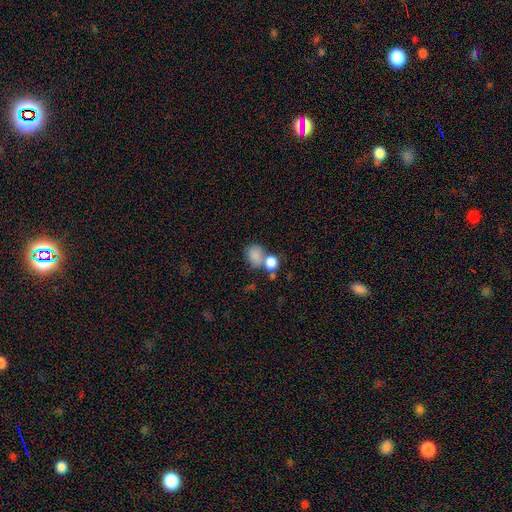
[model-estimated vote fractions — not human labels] smooth_or_featured: smooth (p=0.80) [alt: star or artifact p=0.11]
how_rounded: round (p=0.55) [alt: in between p=0.44]
merging: none (p=0.42) [alt: merger p=0.40]